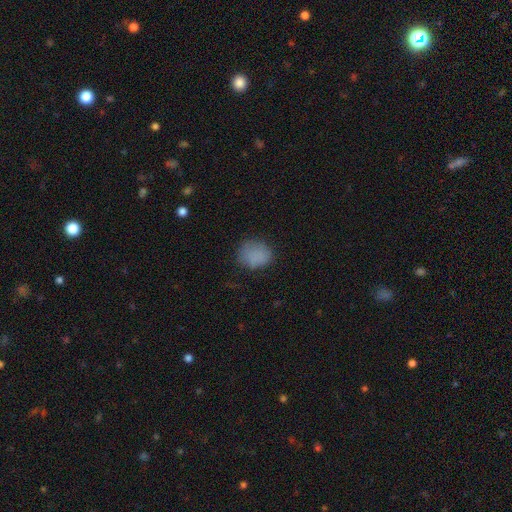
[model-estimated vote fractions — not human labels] Smooth or featured: smooth — 83% (star or artifact — 10%)
How rounded: round — 70% (in between — 29%)
Merging: none — 70% (minor disturbance — 21%)